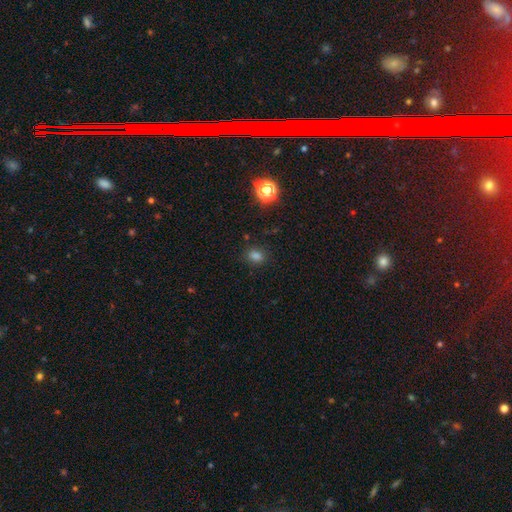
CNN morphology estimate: A smooth galaxy with no disk features (78%) that is in between round and cigar-shaped (51%).

Vote fractions:
- Smooth or featured? smooth: 78% / star or artifact: 17% / featured or disk: 5%
- How rounded? in between: 51% / round: 48% / cigar-shaped: 1%
- Merging? none: 83% / minor disturbance: 12% / major disturbance: 3% / merger: 2%